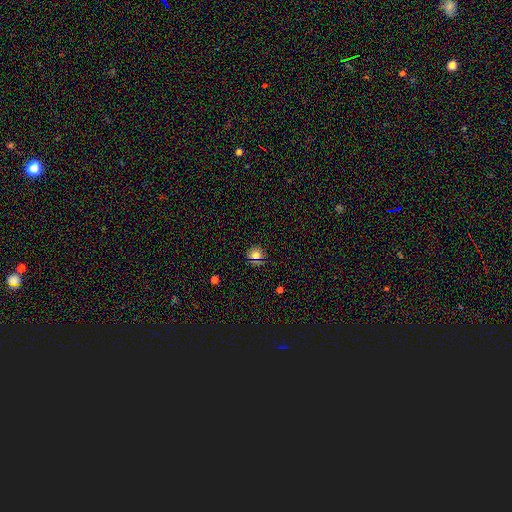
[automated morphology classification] smooth-or-featured: smooth: 69% | star or artifact: 23% | featured or disk: 8%
  how-rounded: round: 92% | in between: 7% | cigar-shaped: 1%
  merging: none: 88% | minor disturbance: 8% | major disturbance: 3% | merger: 2%